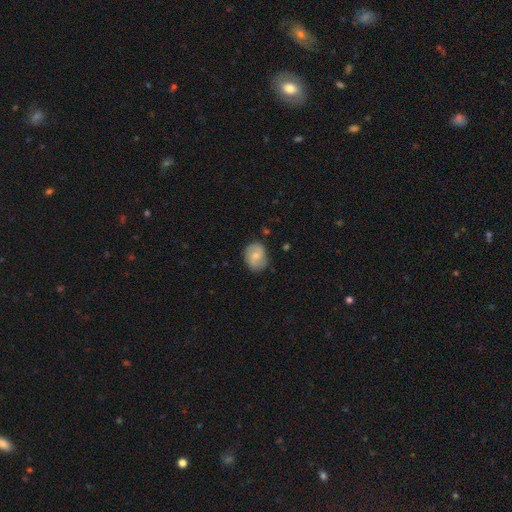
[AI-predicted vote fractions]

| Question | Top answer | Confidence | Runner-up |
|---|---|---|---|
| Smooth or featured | smooth | 60% | featured or disk (32%) |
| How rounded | round | 50% | in between (49%) |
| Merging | none | 77% | minor disturbance (18%) |